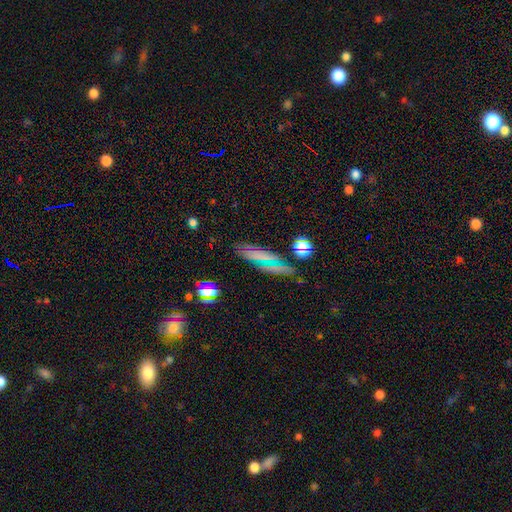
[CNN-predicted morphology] Q: Smooth or featured?
A: smooth (48%); runner-up: featured or disk (35%)
Q: Merging?
A: none (68%); runner-up: minor disturbance (17%)